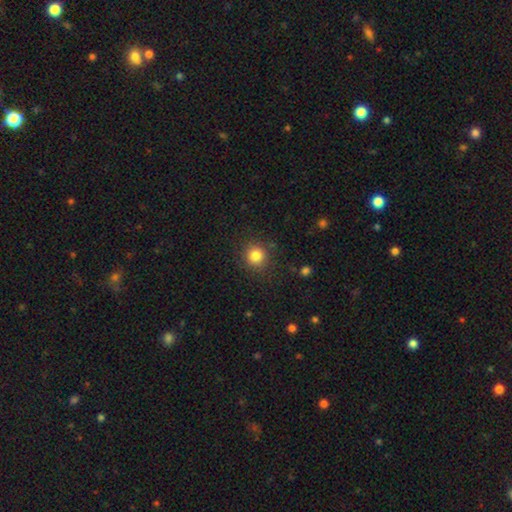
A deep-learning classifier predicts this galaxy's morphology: A smooth galaxy with no disk features (83%) that is round (91%). Merging: none (86%).